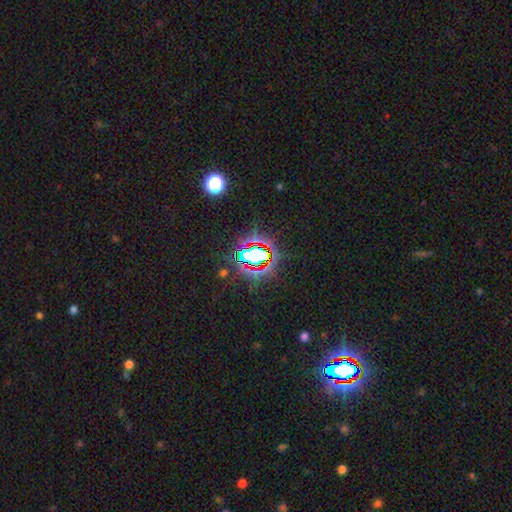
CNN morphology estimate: Smooth or featured?
  - star or artifact: 73% *
  - smooth: 17%
  - featured or disk: 11%